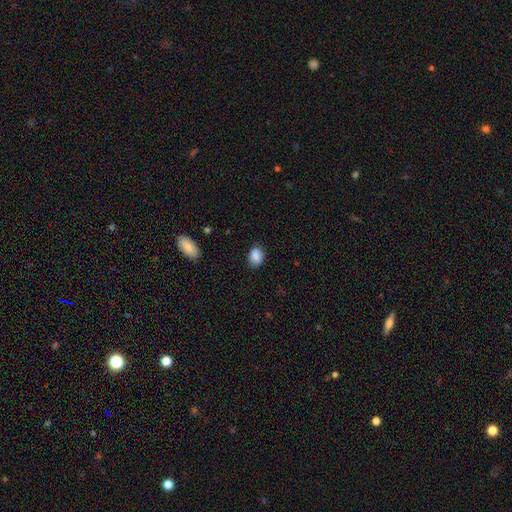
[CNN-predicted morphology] Smooth or featured: smooth — 87% (star or artifact — 8%)
How rounded: in between — 71% (round — 28%)
Merging: none — 81% (minor disturbance — 15%)